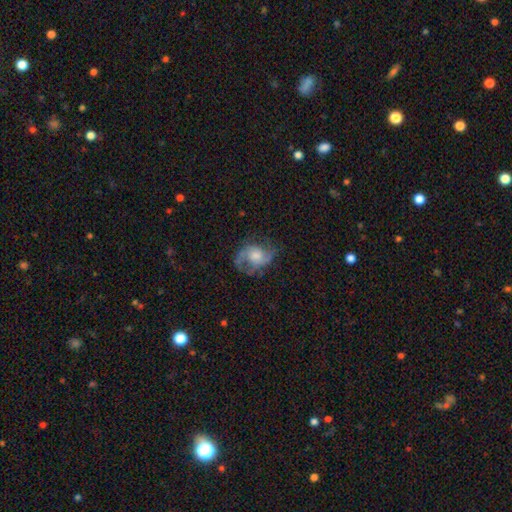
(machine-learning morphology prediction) This is likely a featured or disk galaxy (73%). It is clearly not viewed edge-on (97%). Bar: likely no (67%). Spiral arm pattern: clearly yes (91%). Spiral arm count: likely 2 (77%). Spiral winding: possibly medium (50%). Central bulge: marginally moderate (45%). Merging: likely none (65%).